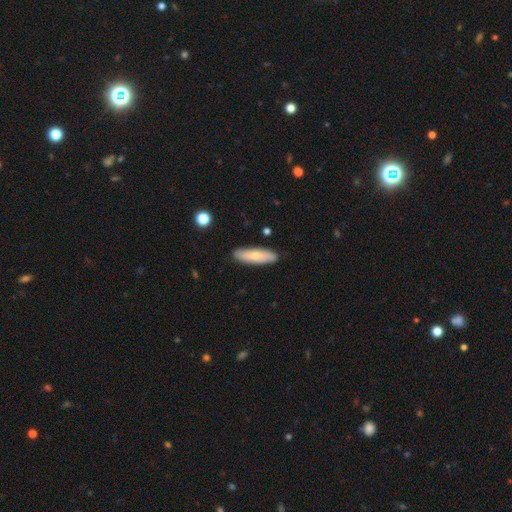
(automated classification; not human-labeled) Smooth or featured?
  - smooth: 68% *
  - featured or disk: 26%
  - star or artifact: 6%
How rounded?
  - cigar-shaped: 58% *
  - in between: 40%
  - round: 2%
Merging?
  - none: 87% *
  - minor disturbance: 10%
  - major disturbance: 2%
  - merger: 1%